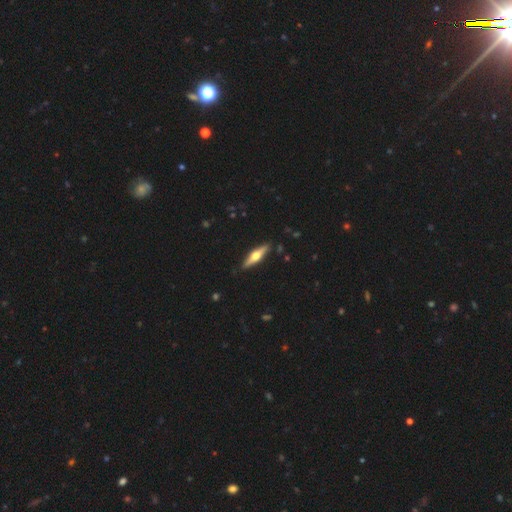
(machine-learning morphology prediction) Q: Smooth or featured?
A: featured or disk (64%); runner-up: smooth (31%)
Q: Edge-on disk?
A: yes (95%); runner-up: no (5%)
Q: Edge-on bulge?
A: rounded (95%); runner-up: boxy (3%)
Q: Merging?
A: none (89%); runner-up: minor disturbance (8%)